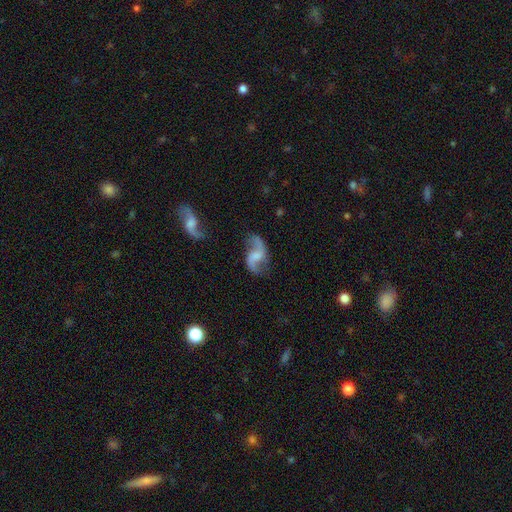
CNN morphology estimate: This is clearly a featured or disk galaxy (86%). It is clearly not viewed edge-on (97%). Bar: possibly weak (48%). Spiral arm pattern: clearly yes (96%). Spiral arm count: clearly 2 (93%). Spiral winding: likely loose (76%). Central bulge: marginally none (42%). Merging: likely none (73%).